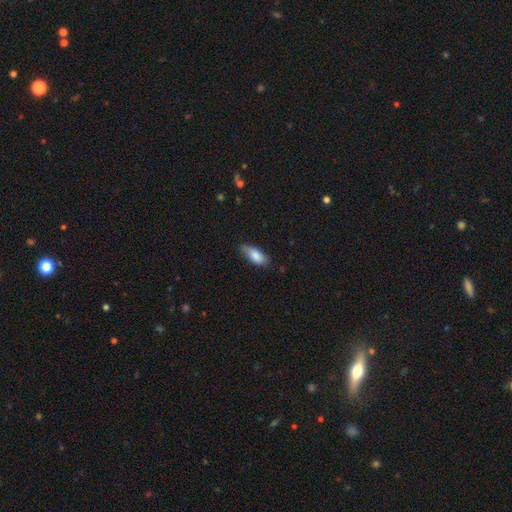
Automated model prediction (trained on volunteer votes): Smooth or featured? Predicted: smooth (p=0.84). How rounded? Predicted: in between (p=0.79). Merging? Predicted: none (p=0.68).